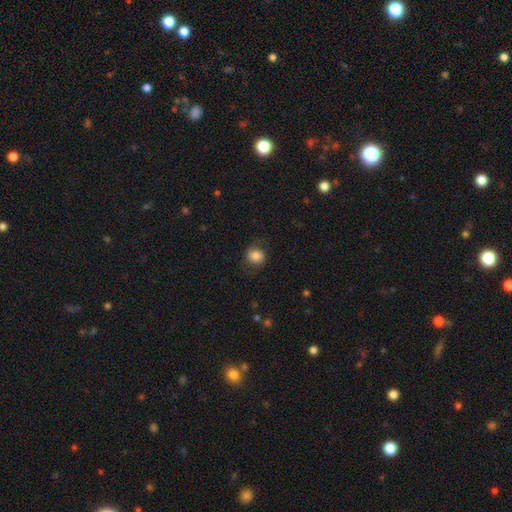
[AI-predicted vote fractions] The model was most divided on "merging": none: 75%, minor disturbance: 16%, major disturbance: 8%, merger: 1%. More confident: how rounded — round (80%); smooth or featured — smooth (77%).